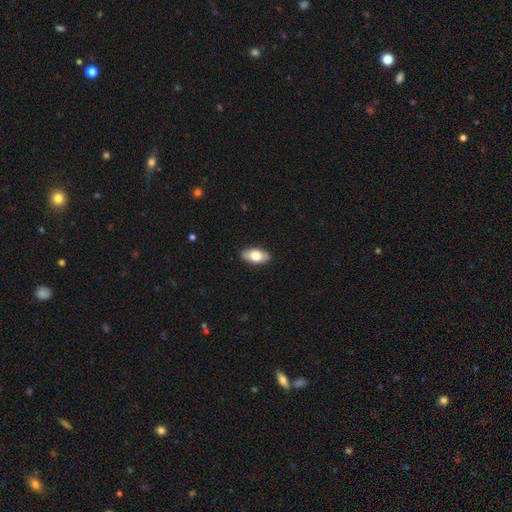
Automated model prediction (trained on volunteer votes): smooth-or-featured: smooth: 74% | featured or disk: 20% | star or artifact: 6%
  how-rounded: in between: 91% | cigar-shaped: 5% | round: 4%
  merging: none: 88% | minor disturbance: 10% | major disturbance: 2% | merger: 1%